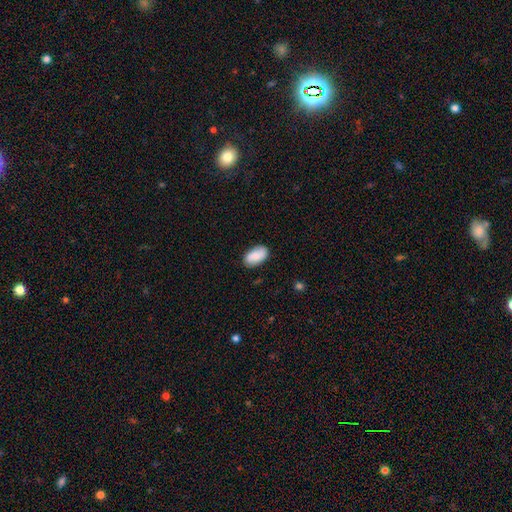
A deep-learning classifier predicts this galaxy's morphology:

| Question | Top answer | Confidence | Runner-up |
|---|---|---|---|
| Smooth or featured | smooth | 85% | featured or disk (8%) |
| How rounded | in between | 94% | round (4%) |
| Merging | none | 84% | minor disturbance (12%) |